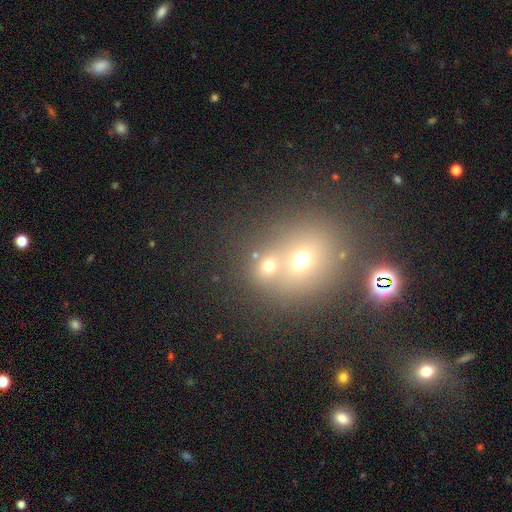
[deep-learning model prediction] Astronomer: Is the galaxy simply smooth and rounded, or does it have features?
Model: smooth — 59%.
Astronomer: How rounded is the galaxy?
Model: round — 73%.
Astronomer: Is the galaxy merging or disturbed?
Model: none — 45% (runner-up: merger, 43%).